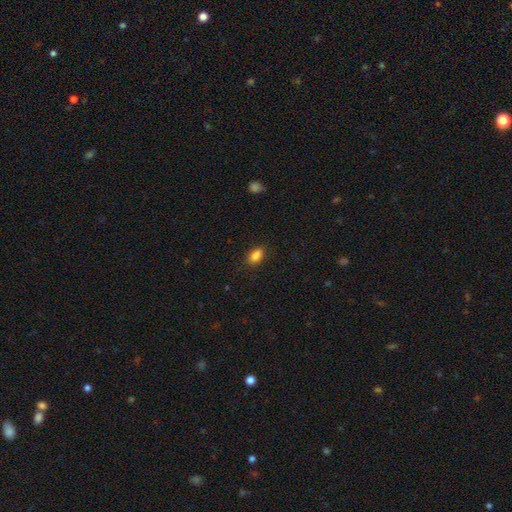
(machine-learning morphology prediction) A smooth galaxy with no disk features (85%) that is in between round and cigar-shaped (85%). Merging: none (78%).